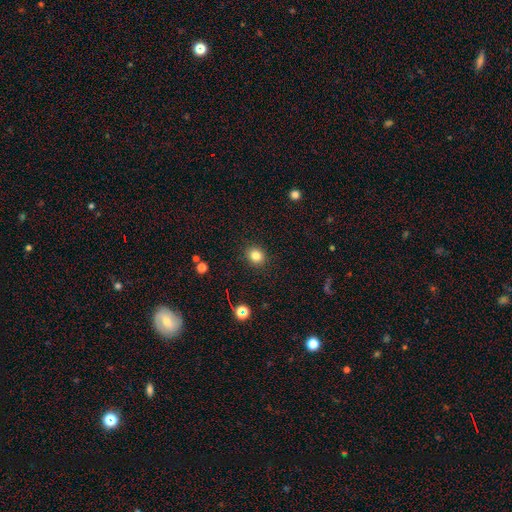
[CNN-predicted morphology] smooth 82%, star or artifact 13%, featured or disk 6%. Down the decision tree: how rounded — round (77%); merging — none (90%).